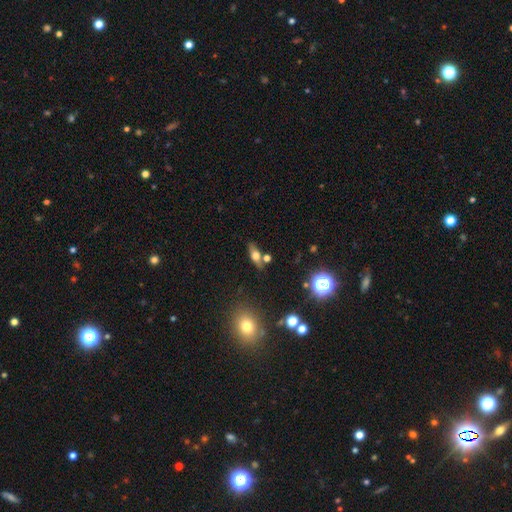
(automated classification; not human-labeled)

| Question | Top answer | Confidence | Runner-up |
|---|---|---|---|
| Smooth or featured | smooth | 51% | featured or disk (36%) |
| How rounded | in between | 60% | cigar-shaped (29%) |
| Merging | none | 71% | minor disturbance (13%) |